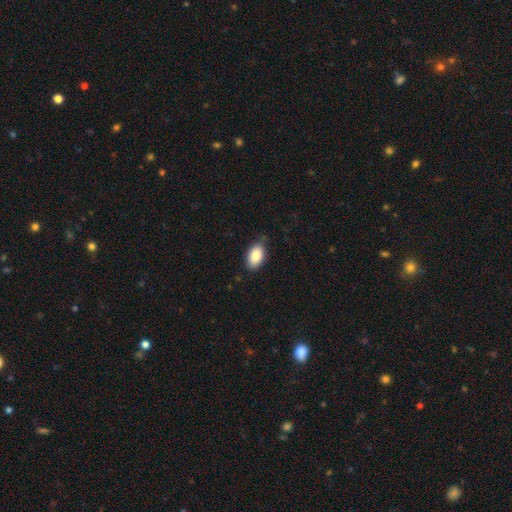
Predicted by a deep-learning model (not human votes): Smooth or featured? Predicted: smooth (p=0.86). How rounded? Predicted: in between (p=0.92). Merging? Predicted: none (p=0.77).